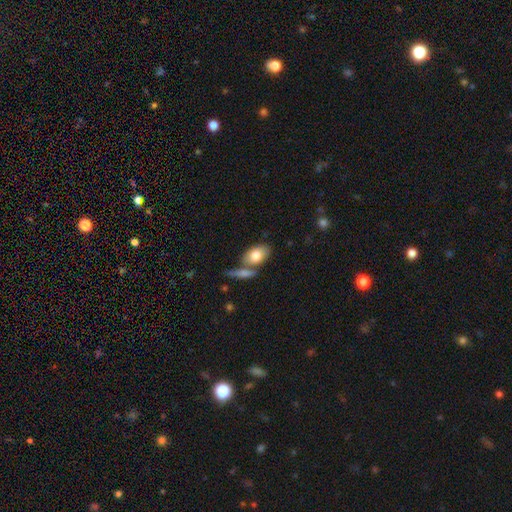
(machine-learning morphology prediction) Smooth or featured? Predicted: smooth (p=0.79). How rounded? Predicted: in between (p=0.88). Merging? Predicted: none (p=0.54).